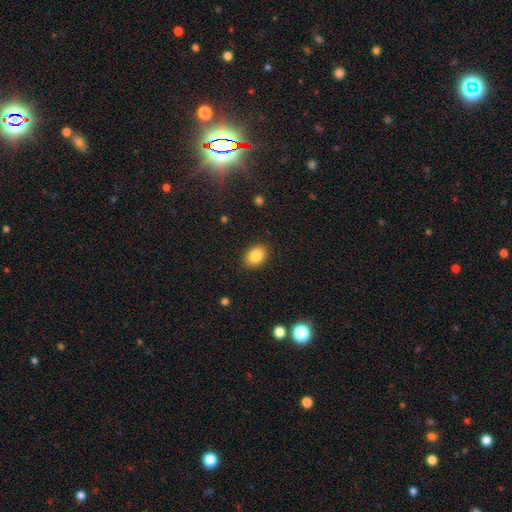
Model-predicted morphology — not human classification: This appears to be a smooth galaxy with no disk features (85%) that is in between round and cigar-shaped (70%). Merging: none (88%).